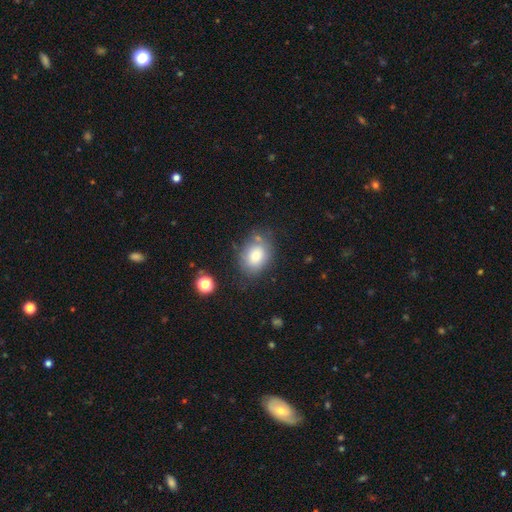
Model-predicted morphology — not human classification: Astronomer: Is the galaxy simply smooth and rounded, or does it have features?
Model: smooth — 80%.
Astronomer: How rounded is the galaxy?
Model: in between — 70%.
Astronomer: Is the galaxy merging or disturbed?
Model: none — 66%.